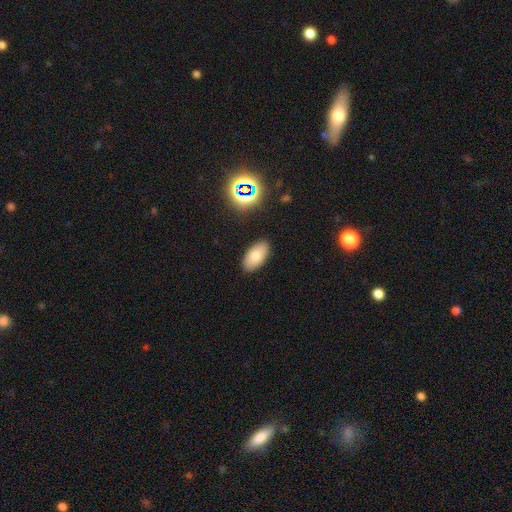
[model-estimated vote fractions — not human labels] A smooth galaxy with no disk features (76%) that is in between round and cigar-shaped (94%).

Vote fractions:
- Smooth or featured? smooth: 76% / featured or disk: 14% / star or artifact: 11%
- How rounded? in between: 94% / round: 3% / cigar-shaped: 3%
- Merging? none: 87% / minor disturbance: 9% / major disturbance: 2% / merger: 2%